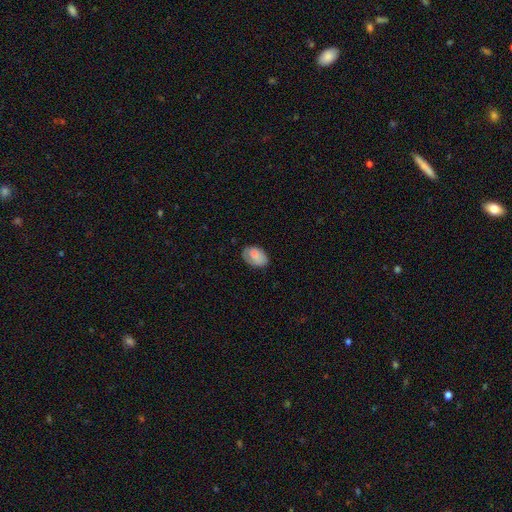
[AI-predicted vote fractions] smooth-or-featured: smooth: 79% | featured or disk: 14% | star or artifact: 7%
  how-rounded: in between: 88% | round: 11% | cigar-shaped: 1%
  merging: none: 70% | minor disturbance: 23% | major disturbance: 6% | merger: 1%